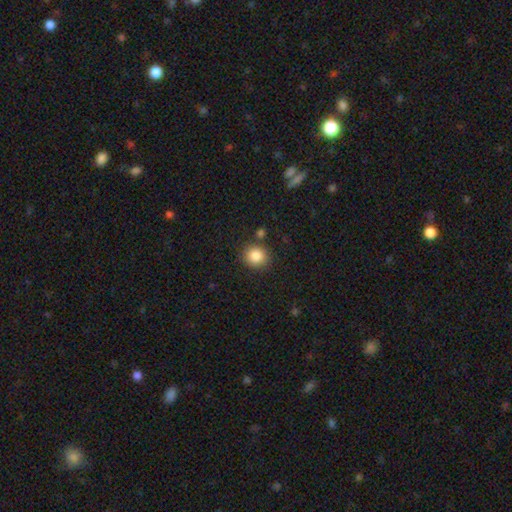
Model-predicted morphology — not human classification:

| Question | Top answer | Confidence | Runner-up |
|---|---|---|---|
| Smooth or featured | smooth | 86% | star or artifact (9%) |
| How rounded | round | 85% | in between (14%) |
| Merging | none | 83% | minor disturbance (9%) |